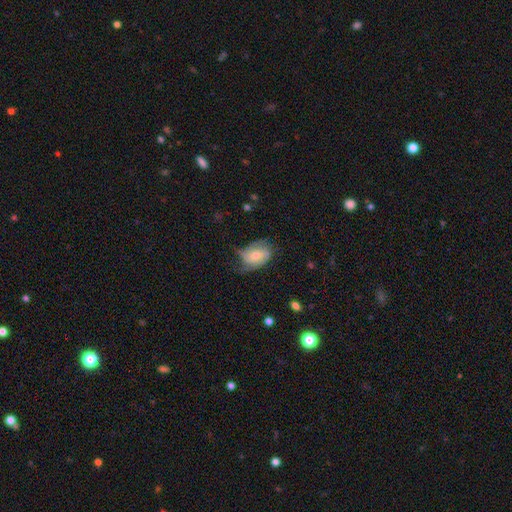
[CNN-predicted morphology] Overall: featured or disk (47%; smooth 46%). Merging: none (43%; minor disturbance 34%).